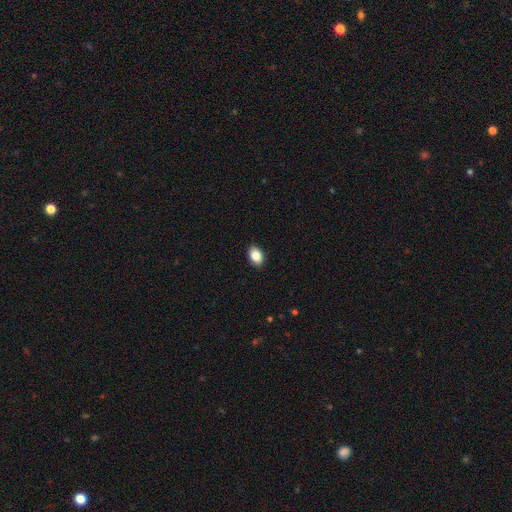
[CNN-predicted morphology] This is clearly a smooth galaxy (86%). How rounded: clearly in between (81%). Merging: clearly none (90%).